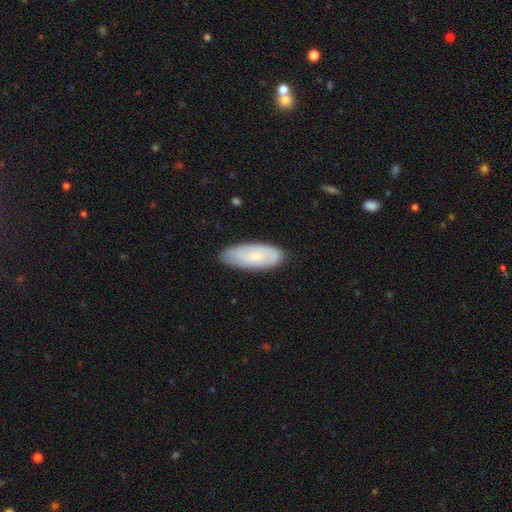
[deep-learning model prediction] Smooth or featured? Predicted: smooth (p=0.63). How rounded? Predicted: in between (p=0.81). Merging? Predicted: none (p=0.81).